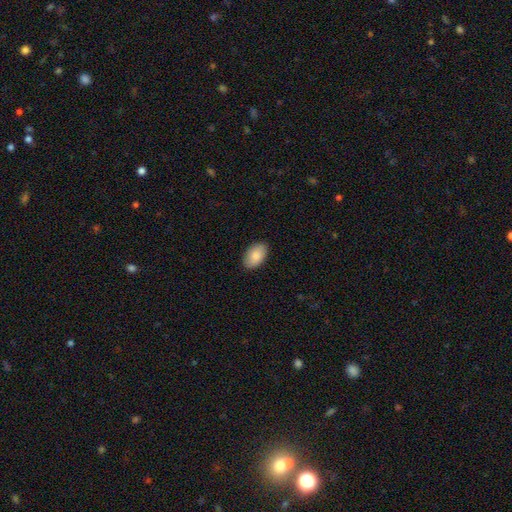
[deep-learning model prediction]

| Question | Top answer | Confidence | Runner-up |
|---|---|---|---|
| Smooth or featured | smooth | 87% | featured or disk (7%) |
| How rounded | in between | 93% | round (6%) |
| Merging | none | 88% | minor disturbance (9%) |